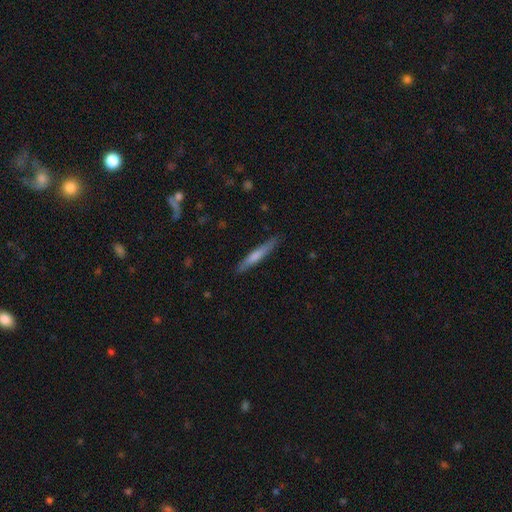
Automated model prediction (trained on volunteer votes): Q: Smooth or featured?
A: smooth (61%); runner-up: featured or disk (33%)
Q: How rounded?
A: cigar-shaped (94%); runner-up: in between (4%)
Q: Merging?
A: none (87%); runner-up: minor disturbance (10%)